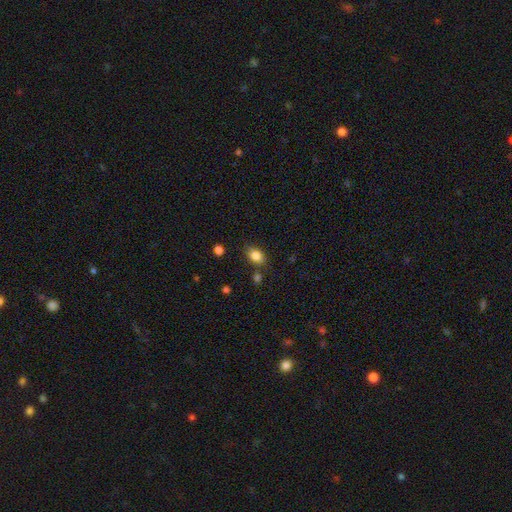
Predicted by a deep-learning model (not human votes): Smooth or featured: smooth — 84% (star or artifact — 10%)
How rounded: in between — 78% (round — 21%)
Merging: none — 77% (minor disturbance — 14%)